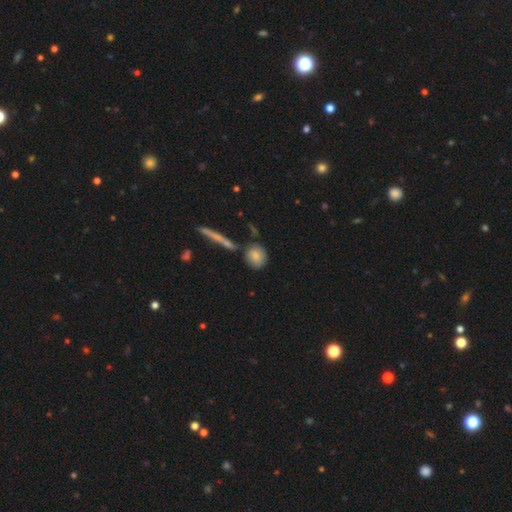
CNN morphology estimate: smooth-or-featured: smooth: 80% | featured or disk: 12% | star or artifact: 7%
  how-rounded: round: 72% | in between: 22% | cigar-shaped: 6%
  merging: none: 71% | merger: 13% | minor disturbance: 12% | major disturbance: 4%